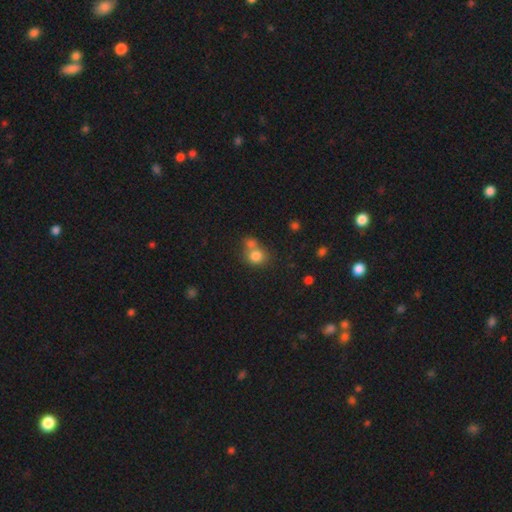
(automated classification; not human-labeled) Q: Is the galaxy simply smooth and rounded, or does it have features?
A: smooth — 79%.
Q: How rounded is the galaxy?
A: round — 74%.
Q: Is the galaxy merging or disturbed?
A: merger — 45%.